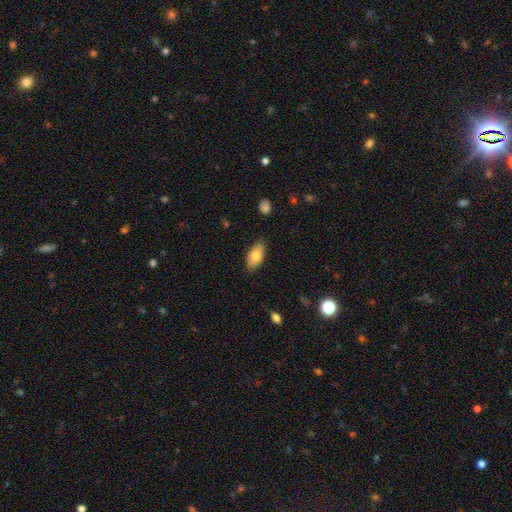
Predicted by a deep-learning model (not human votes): Smooth or featured?
  - smooth: 81% *
  - featured or disk: 12%
  - star or artifact: 7%
How rounded?
  - in between: 92% *
  - cigar-shaped: 6%
  - round: 3%
Merging?
  - none: 83% *
  - minor disturbance: 13%
  - major disturbance: 3%
  - merger: 1%